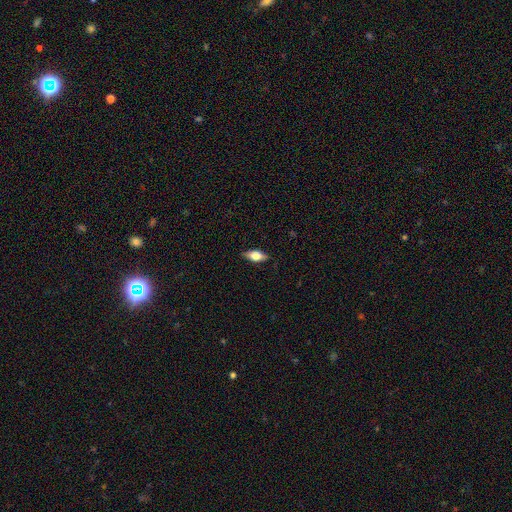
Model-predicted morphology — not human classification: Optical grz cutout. It shows a smooth galaxy with no disk features (59%) that is in between round and cigar-shaped (78%). Merging: none (86%).